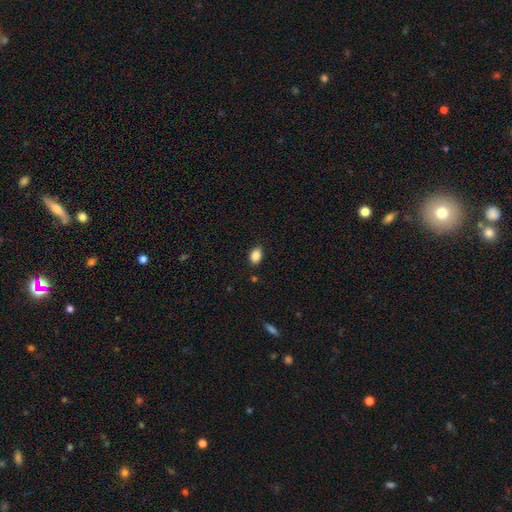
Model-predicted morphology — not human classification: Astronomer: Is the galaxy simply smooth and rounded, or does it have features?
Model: smooth — 87%.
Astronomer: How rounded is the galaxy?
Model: in between — 84%.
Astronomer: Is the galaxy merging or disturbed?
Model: none — 86%.